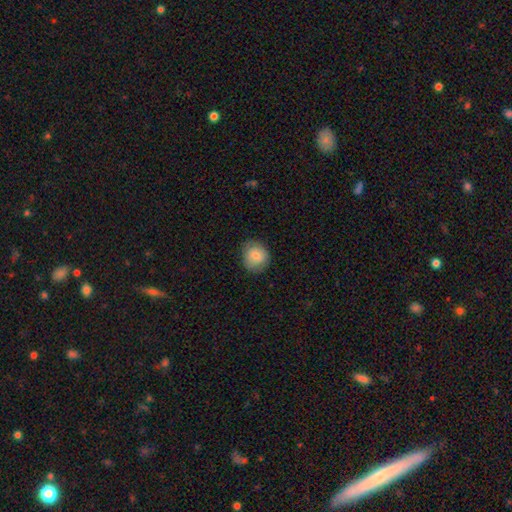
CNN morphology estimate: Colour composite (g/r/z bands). It shows a smooth galaxy with no disk features (81%) that is round (79%). Merging: none (77%).